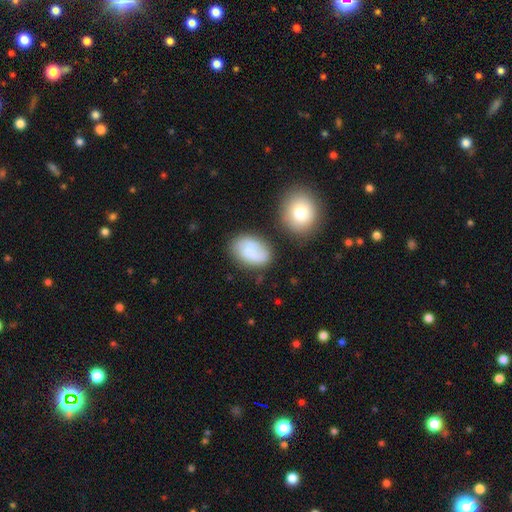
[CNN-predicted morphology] Q: Smooth or featured?
A: smooth (62%); runner-up: featured or disk (30%)
Q: How rounded?
A: in between (85%); runner-up: round (13%)
Q: Merging?
A: none (67%); runner-up: minor disturbance (20%)